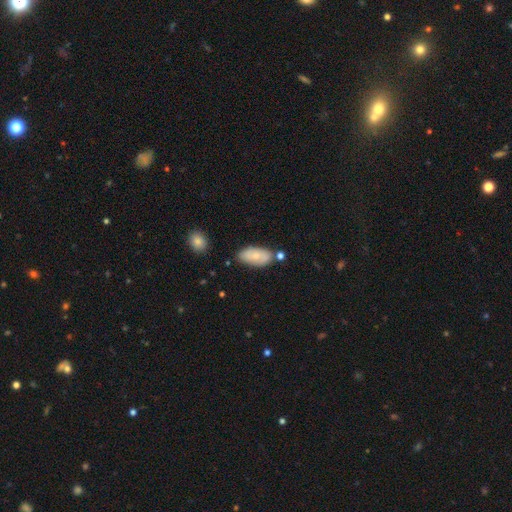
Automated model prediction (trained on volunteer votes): Overall: smooth (68%). How rounded: in between (92%). Merging: none (69%).